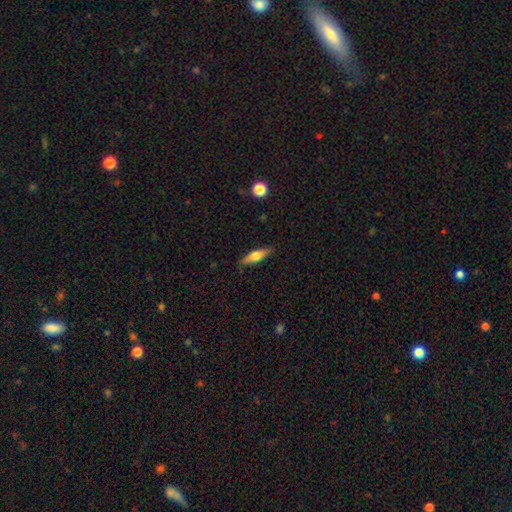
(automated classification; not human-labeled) Smooth or featured?
  - smooth: 53% *
  - featured or disk: 40%
  - star or artifact: 6%
How rounded?
  - cigar-shaped: 63% *
  - in between: 35%
  - round: 3%
Merging?
  - none: 83% *
  - minor disturbance: 13%
  - major disturbance: 3%
  - merger: 1%